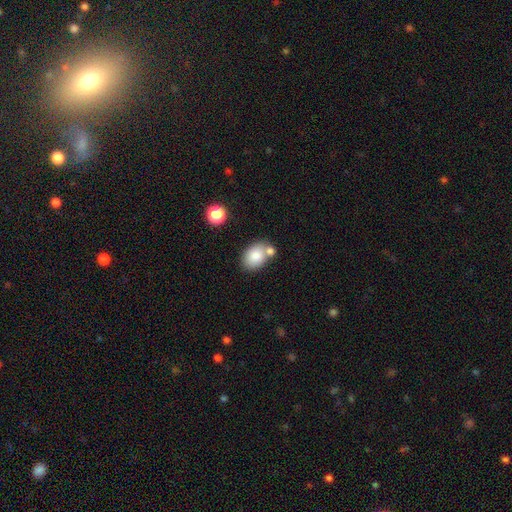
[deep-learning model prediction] Morphology: type=smooth (82%); roundness=in between (75%); merging=none (55%).